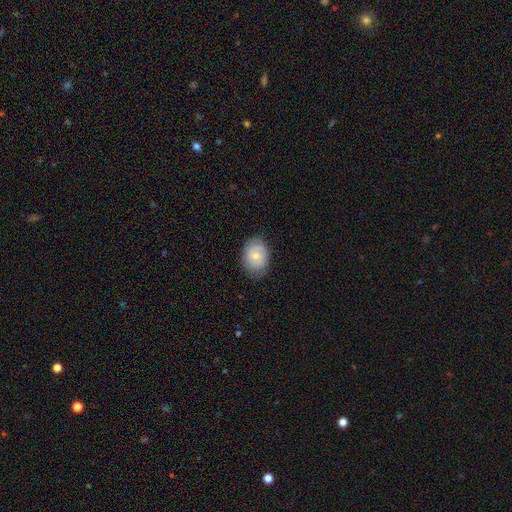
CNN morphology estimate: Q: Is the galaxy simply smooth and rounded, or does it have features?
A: smooth — 61%.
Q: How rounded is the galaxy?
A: in between — 64%.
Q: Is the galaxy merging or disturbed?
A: none — 78%.